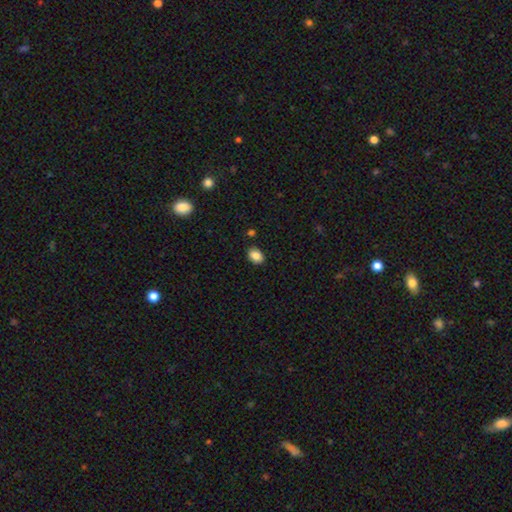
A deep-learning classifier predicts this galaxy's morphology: A smooth galaxy with no disk features (87%) that is in between round and cigar-shaped (76%).

Vote fractions:
- Smooth or featured? smooth: 87% / star or artifact: 9% / featured or disk: 5%
- How rounded? in between: 76% / round: 23% / cigar-shaped: 1%
- Merging? none: 86% / minor disturbance: 9% / merger: 2% / major disturbance: 2%